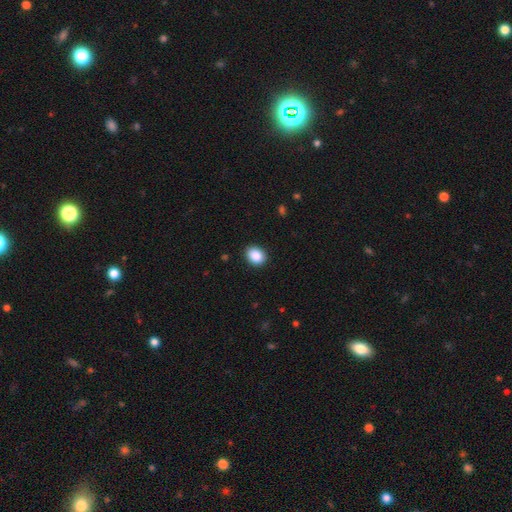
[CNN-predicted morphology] Overall: smooth (88%). How rounded: in between (51%; round 48%). Merging: none (90%).